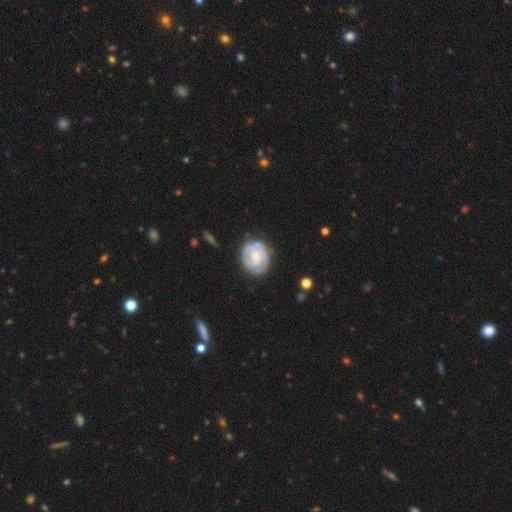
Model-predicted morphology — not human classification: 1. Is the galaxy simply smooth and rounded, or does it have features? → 67% featured or disk, 28% smooth, 6% star or artifact.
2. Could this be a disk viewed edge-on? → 98% no, 2% yes.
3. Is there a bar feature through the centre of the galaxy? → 66% no, 29% weak, 5% strong.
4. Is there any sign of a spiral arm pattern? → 87% yes, 13% no.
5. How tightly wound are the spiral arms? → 63% tight, 29% medium, 9% loose.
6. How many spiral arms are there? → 33% can't tell, 32% 2, 21% 3, 6% 1, 5% 4, 4% more than 4.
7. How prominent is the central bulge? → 31% none (tied), 31% small (tied), 25% moderate, 11% large, 2% dominant.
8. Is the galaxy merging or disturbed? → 72% none, 19% minor disturbance, 7% major disturbance, 2% merger.